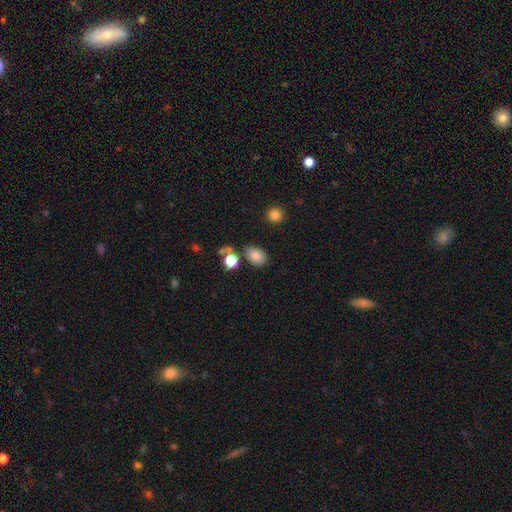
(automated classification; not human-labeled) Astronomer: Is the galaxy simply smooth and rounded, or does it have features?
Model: smooth — 84%.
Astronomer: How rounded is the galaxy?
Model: in between — 79%.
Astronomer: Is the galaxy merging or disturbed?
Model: none — 71%.